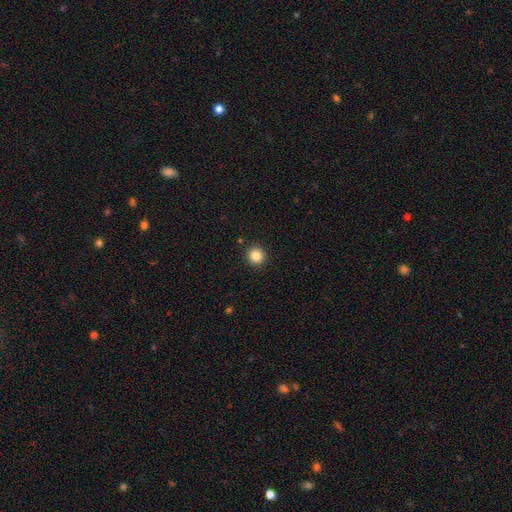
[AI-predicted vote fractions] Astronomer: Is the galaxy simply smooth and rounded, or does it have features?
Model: smooth — 84%.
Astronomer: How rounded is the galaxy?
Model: round — 95%.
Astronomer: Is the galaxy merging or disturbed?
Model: none — 92%.